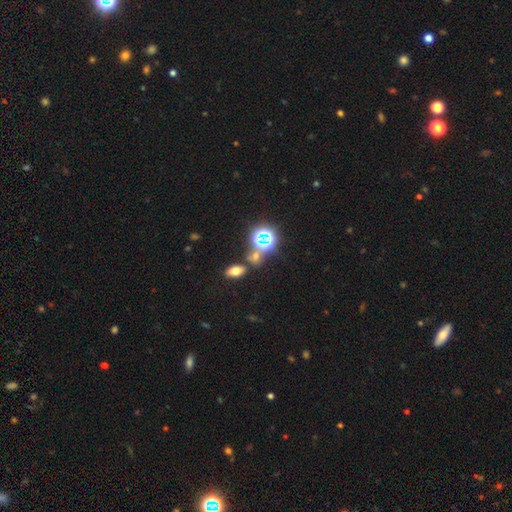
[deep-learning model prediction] Q: Smooth or featured?
A: star or artifact (45%); runner-up: smooth (42%)